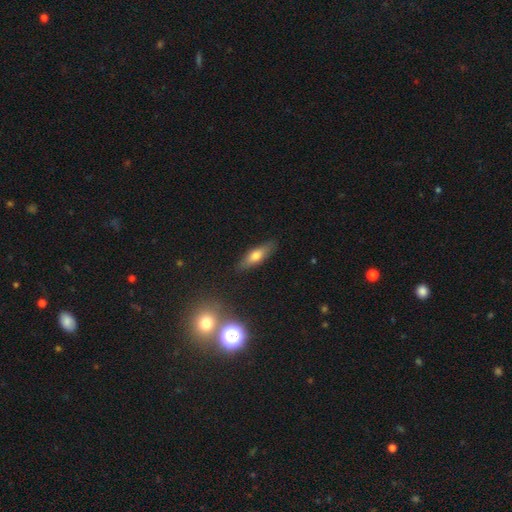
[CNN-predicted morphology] Smooth or featured: smooth — 62% (featured or disk — 29%)
How rounded: in between — 49% (cigar-shaped — 48%)
Merging: none — 85% (minor disturbance — 11%)